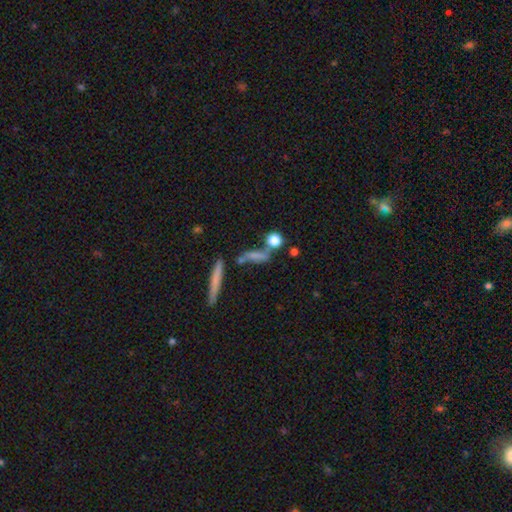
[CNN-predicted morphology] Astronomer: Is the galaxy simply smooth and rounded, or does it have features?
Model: smooth — 57%.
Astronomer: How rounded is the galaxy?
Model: cigar-shaped — 50% (runner-up: in between, 29%).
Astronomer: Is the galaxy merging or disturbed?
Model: none — 51%.